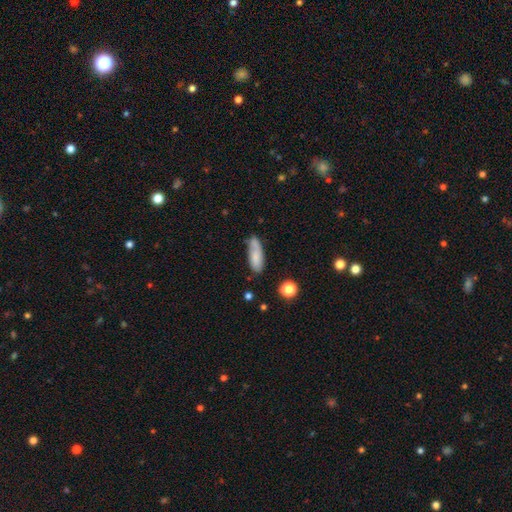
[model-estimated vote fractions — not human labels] This appears to be a smooth galaxy with no disk features (76%) that is in between round and cigar-shaped (64%). Merging: none (58%).